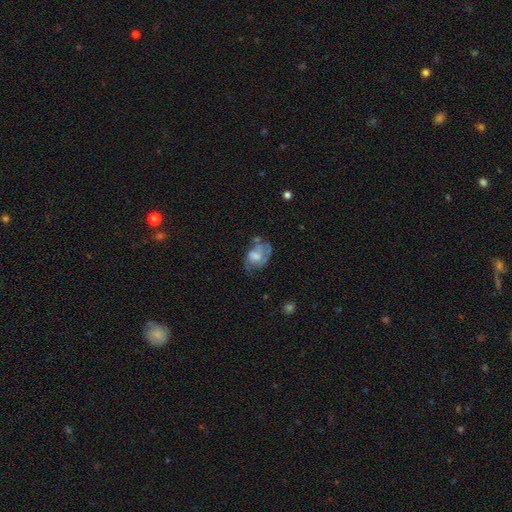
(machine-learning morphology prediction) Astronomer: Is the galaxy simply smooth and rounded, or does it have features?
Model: featured or disk — 55% (runner-up: smooth, 35%).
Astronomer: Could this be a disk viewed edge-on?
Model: no — 97%.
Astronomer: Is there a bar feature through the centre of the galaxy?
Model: no — 68%.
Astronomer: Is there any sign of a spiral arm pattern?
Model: yes — 60% (runner-up: no, 40%).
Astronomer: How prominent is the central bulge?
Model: moderate — 43% (runner-up: small, 21%).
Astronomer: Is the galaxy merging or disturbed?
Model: none — 38% (runner-up: minor disturbance, 27%).